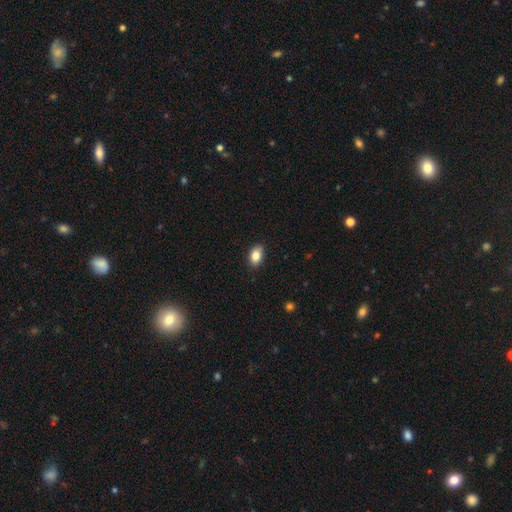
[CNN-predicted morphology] smooth-or-featured: smooth: 86% | star or artifact: 8% | featured or disk: 6%
  how-rounded: in between: 85% | round: 13% | cigar-shaped: 2%
  merging: none: 85% | minor disturbance: 12% | major disturbance: 2% | merger: 1%